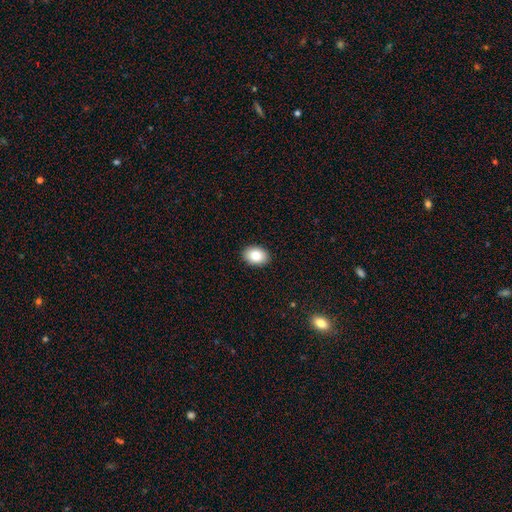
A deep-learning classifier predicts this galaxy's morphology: A smooth galaxy with no disk features (86%) that is in between round and cigar-shaped (78%). Merging: none (91%).